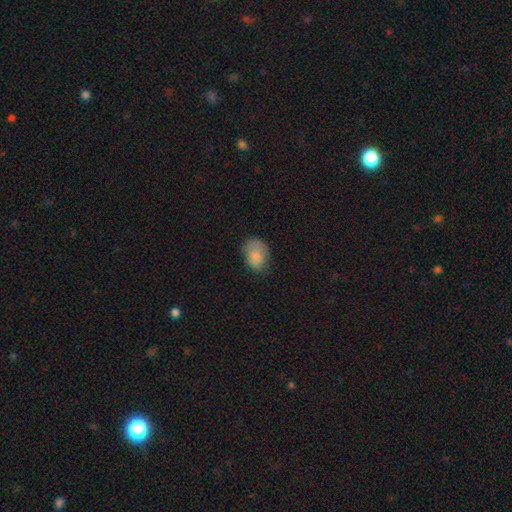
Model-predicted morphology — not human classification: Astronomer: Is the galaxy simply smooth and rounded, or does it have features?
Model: smooth — 82%.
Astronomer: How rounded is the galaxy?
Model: in between — 75%.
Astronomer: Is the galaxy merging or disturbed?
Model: none — 57%.